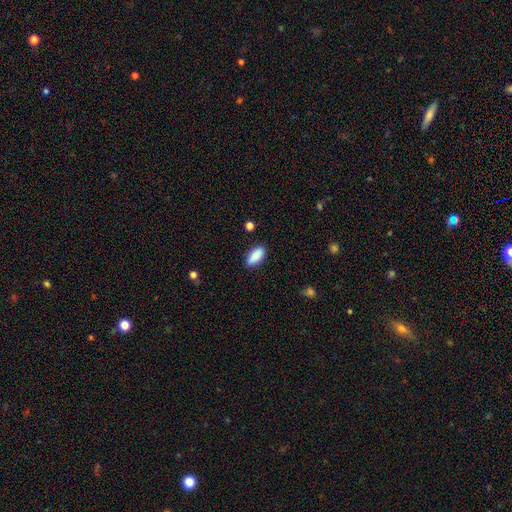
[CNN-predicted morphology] Smooth or featured?
  - smooth: 87% *
  - star or artifact: 7%
  - featured or disk: 6%
How rounded?
  - in between: 85% *
  - cigar-shaped: 13%
  - round: 2%
Merging?
  - none: 86% *
  - minor disturbance: 11%
  - major disturbance: 2%
  - merger: 1%